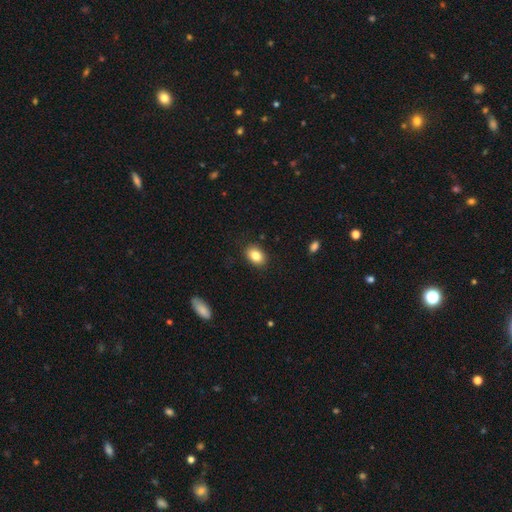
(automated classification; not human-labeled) smooth-or-featured: smooth: 85% | star or artifact: 8% | featured or disk: 7%
  how-rounded: in between: 80% | round: 19% | cigar-shaped: 1%
  merging: none: 88% | minor disturbance: 9% | major disturbance: 2% | merger: 1%